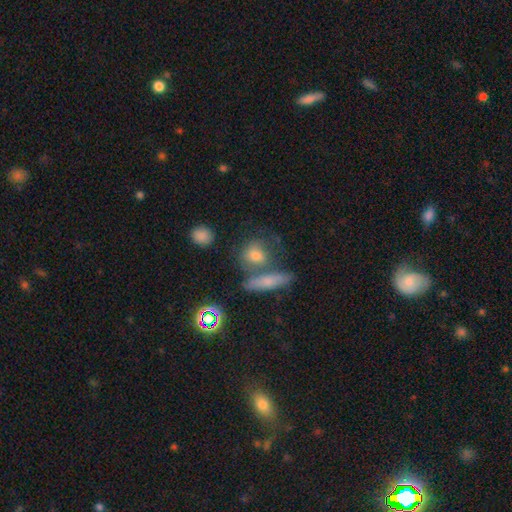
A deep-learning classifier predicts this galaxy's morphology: Q: Smooth or featured?
A: smooth (65%); runner-up: featured or disk (19%)
Q: How rounded?
A: round (47%); runner-up: in between (39%)
Q: Merging?
A: none (52%); runner-up: merger (28%)